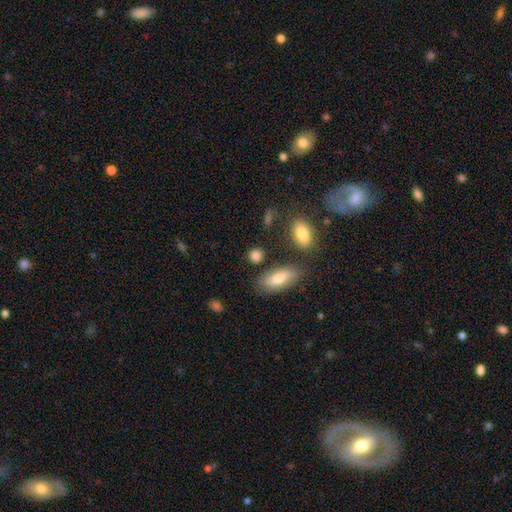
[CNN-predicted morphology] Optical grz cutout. It shows a smooth galaxy with no disk features (81%) that is round (52%). Merging: none (74%).